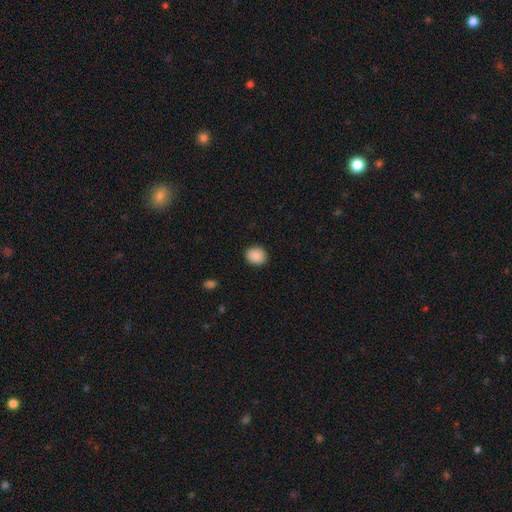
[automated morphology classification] smooth 89%, star or artifact 8%, featured or disk 3%. Down the decision tree: how rounded — round (68%); merging — none (89%).